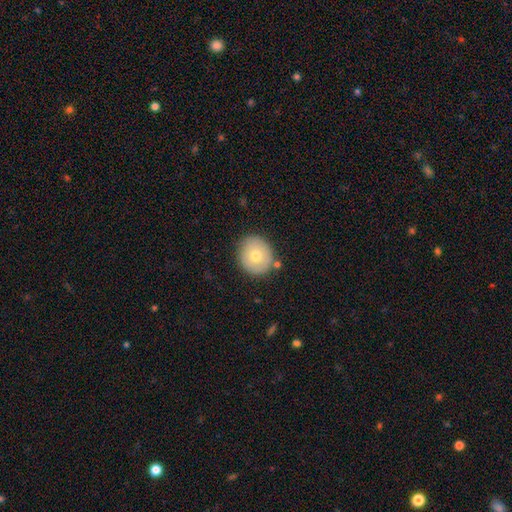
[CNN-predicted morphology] Smooth or featured: smooth — 69% (featured or disk — 23%)
How rounded: round — 79% (in between — 20%)
Merging: none — 83% (minor disturbance — 11%)